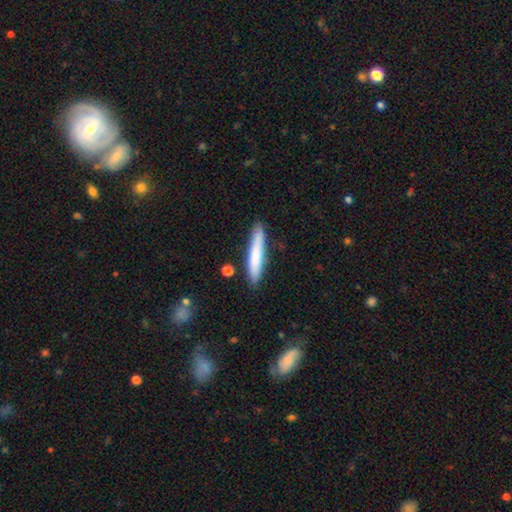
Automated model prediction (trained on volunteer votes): Smooth or featured: smooth — 75% (featured or disk — 19%)
How rounded: cigar-shaped — 92% (in between — 6%)
Merging: none — 86% (minor disturbance — 10%)